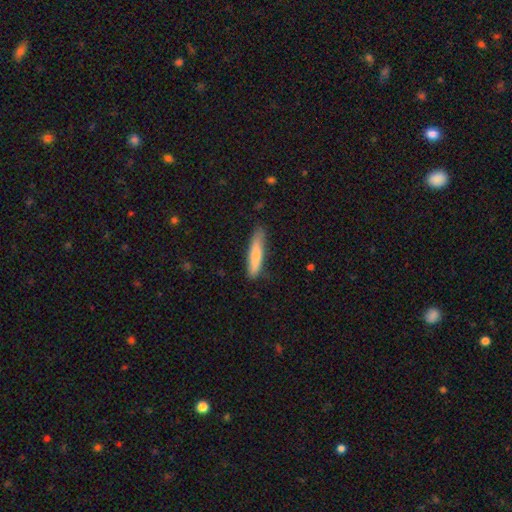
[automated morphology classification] This appears to be a smooth galaxy with no disk features (76%) that is cigar-shaped (87%). Merging: none (80%).